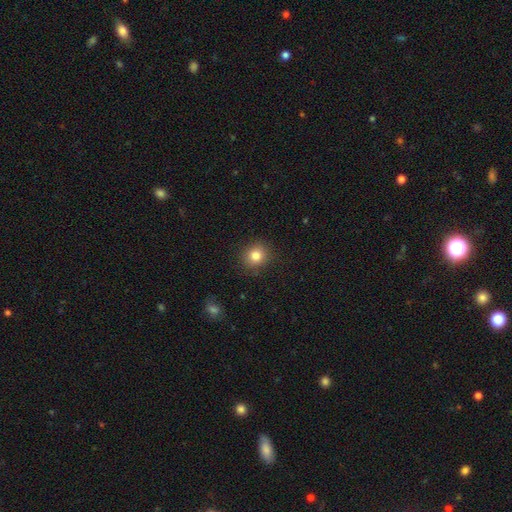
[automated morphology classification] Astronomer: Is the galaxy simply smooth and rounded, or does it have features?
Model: smooth — 82%.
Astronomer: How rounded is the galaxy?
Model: round — 81%.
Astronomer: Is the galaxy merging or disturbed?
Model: none — 88%.